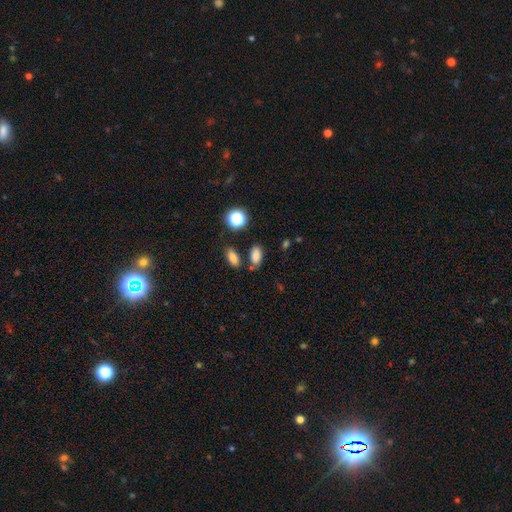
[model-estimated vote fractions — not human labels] smooth-or-featured: smooth: 82% | star or artifact: 13% | featured or disk: 6%
  how-rounded: in between: 88% | round: 8% | cigar-shaped: 3%
  merging: none: 73% | minor disturbance: 13% | merger: 10% | major disturbance: 4%